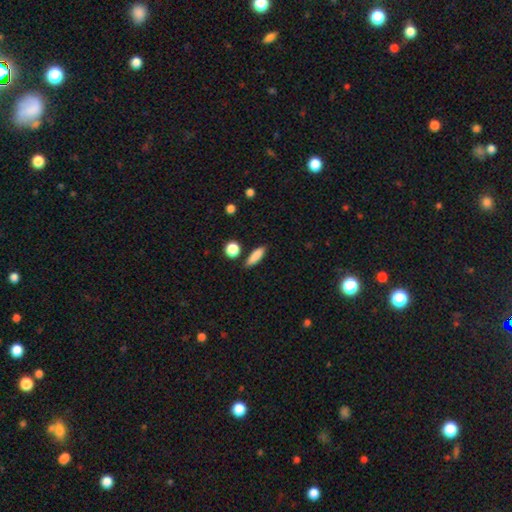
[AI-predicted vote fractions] Morphology: type=smooth (86%); roundness=cigar-shaped (53%); merging=none (83%).